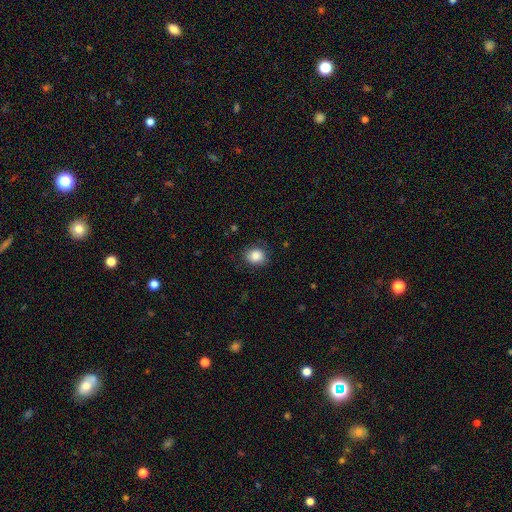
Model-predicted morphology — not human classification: This is clearly a smooth galaxy (86%). How rounded: likely round (62%). Merging: clearly none (82%).